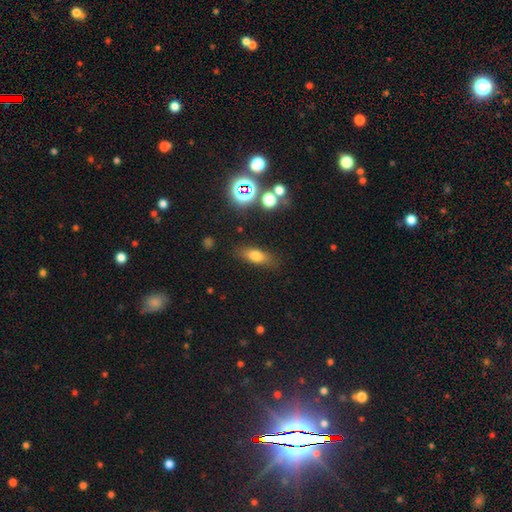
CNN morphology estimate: Smooth or featured: smooth — 72% (featured or disk — 14%)
How rounded: in between — 70% (cigar-shaped — 23%)
Merging: none — 81% (minor disturbance — 12%)